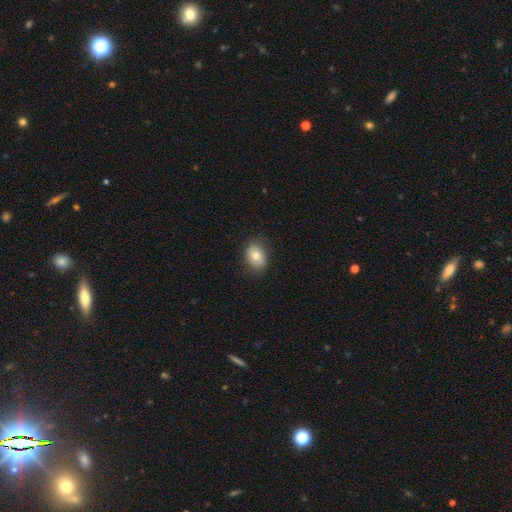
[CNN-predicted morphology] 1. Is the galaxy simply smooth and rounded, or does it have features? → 73% smooth, 18% featured or disk, 9% star or artifact.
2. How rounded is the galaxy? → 66% in between, 33% round, 1% cigar-shaped.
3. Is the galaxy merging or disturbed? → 81% none, 14% minor disturbance, 4% major disturbance, 1% merger.